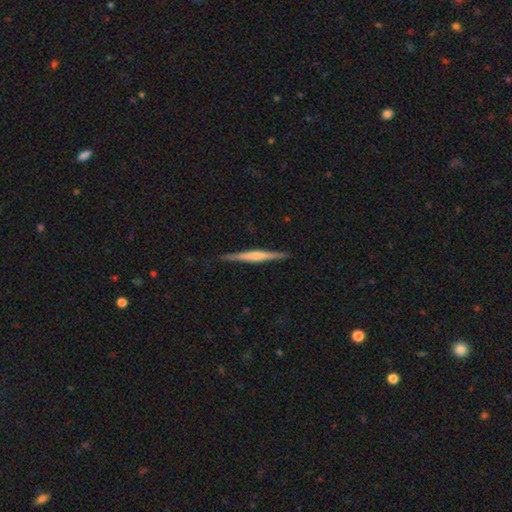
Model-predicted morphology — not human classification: This appears to be a featured or disk galaxy (64%) viewed edge-on (98%) with a rounded central bulge (43%). Merging: none (89%).